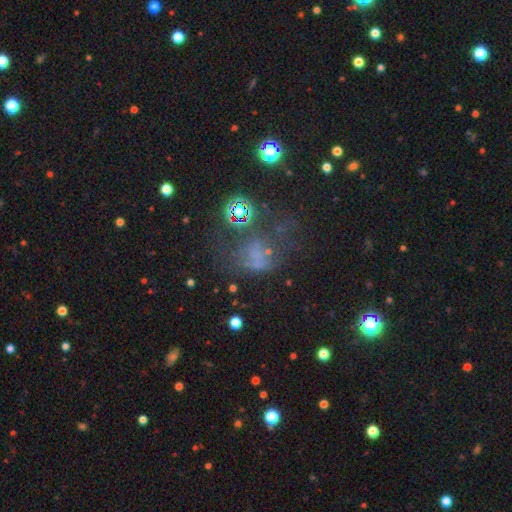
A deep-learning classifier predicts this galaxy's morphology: Smooth or featured? Predicted: star or artifact (p=0.42).